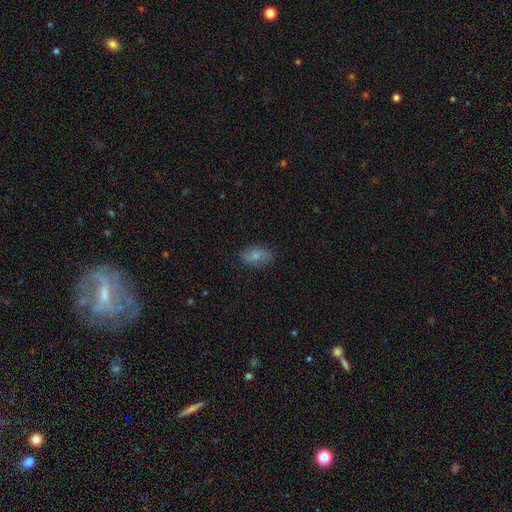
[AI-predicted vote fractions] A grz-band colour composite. It shows a smooth galaxy with no disk features (69%) that is in between round and cigar-shaped (90%). Merging: none (76%).